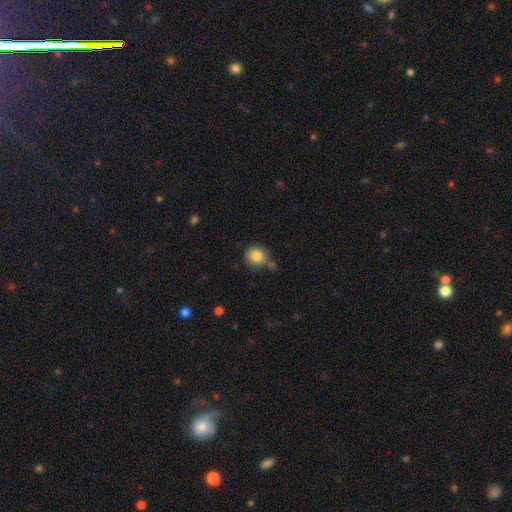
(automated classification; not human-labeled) smooth-or-featured: smooth: 84% | star or artifact: 10% | featured or disk: 7%
  how-rounded: round: 88% | in between: 11% | cigar-shaped: 1%
  merging: none: 70% | minor disturbance: 16% | merger: 10% | major disturbance: 4%